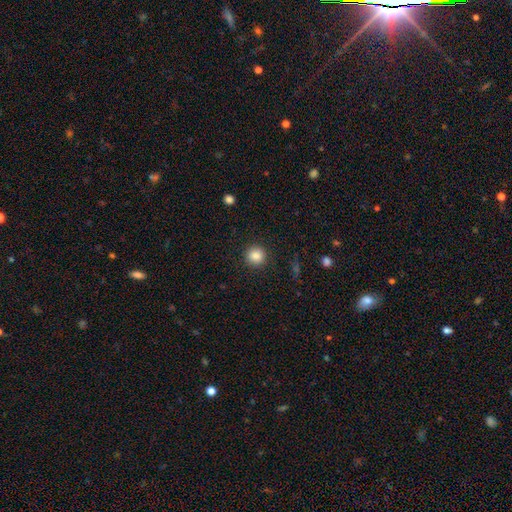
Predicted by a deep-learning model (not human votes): Q: Smooth or featured?
A: smooth (86%); runner-up: star or artifact (10%)
Q: How rounded?
A: round (94%); runner-up: in between (5%)
Q: Merging?
A: none (91%); runner-up: minor disturbance (5%)